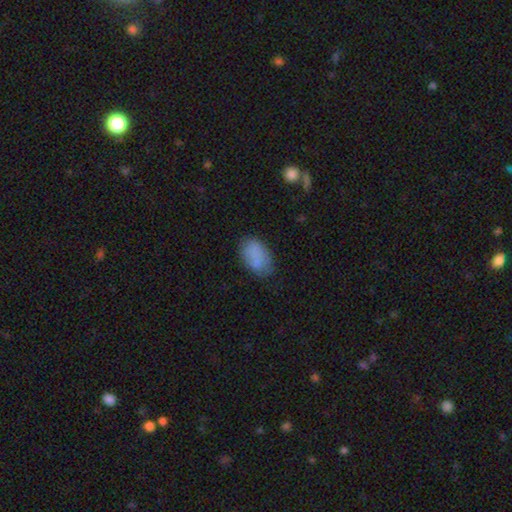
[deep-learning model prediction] smooth 81%, featured or disk 11%, star or artifact 8%. Down the decision tree: how rounded — in between (91%); merging — none (69%).